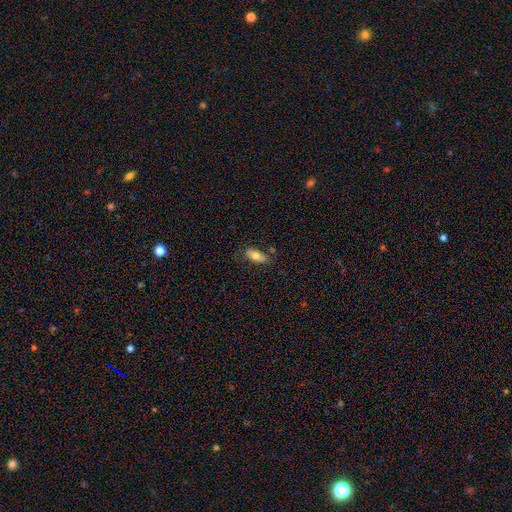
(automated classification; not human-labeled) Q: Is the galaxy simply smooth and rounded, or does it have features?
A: smooth — 75%.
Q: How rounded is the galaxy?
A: in between — 90%.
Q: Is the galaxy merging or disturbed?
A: none — 71%.